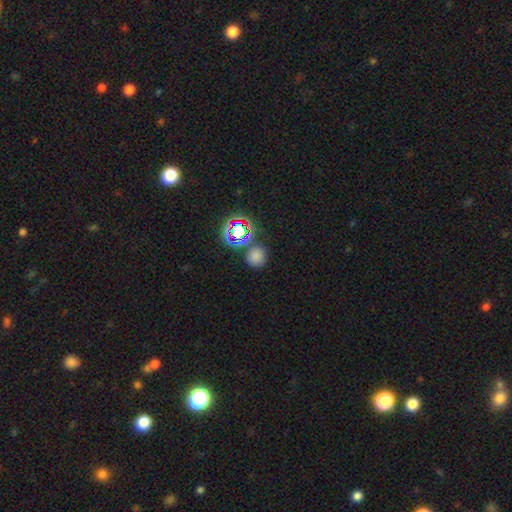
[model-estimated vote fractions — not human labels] smooth_or_featured: smooth (p=0.68) [alt: star or artifact p=0.26]
how_rounded: round (p=0.88) [alt: in between p=0.11]
merging: none (p=0.74) [alt: merger p=0.11]